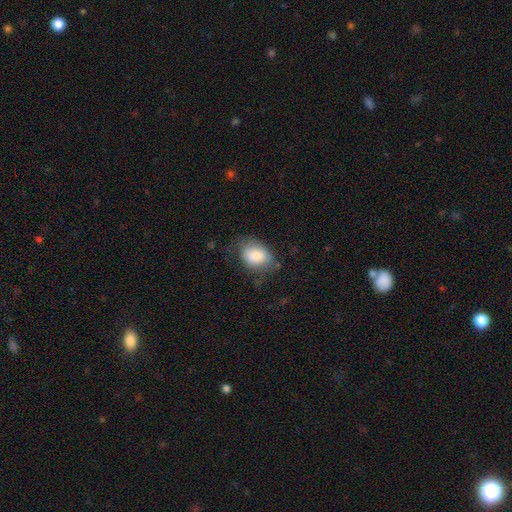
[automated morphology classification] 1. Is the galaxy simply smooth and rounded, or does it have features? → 80% smooth, 12% featured or disk, 7% star or artifact.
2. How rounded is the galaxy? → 72% in between, 27% round, 1% cigar-shaped.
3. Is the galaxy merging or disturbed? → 54% none, 29% minor disturbance, 15% major disturbance, 2% merger.